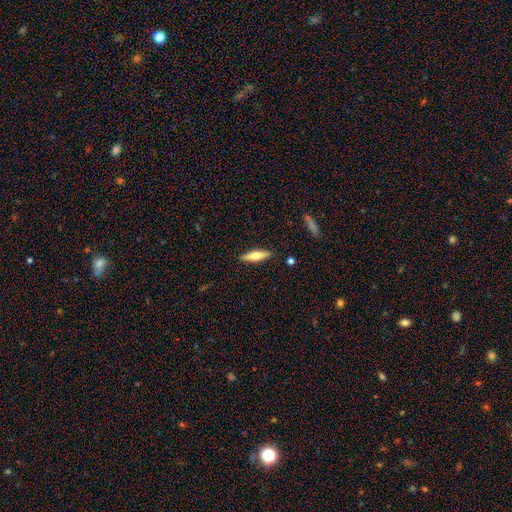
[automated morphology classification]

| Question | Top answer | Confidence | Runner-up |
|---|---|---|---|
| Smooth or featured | smooth | 51% | featured or disk (43%) |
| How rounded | cigar-shaped | 70% | in between (28%) |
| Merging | none | 89% | minor disturbance (8%) |